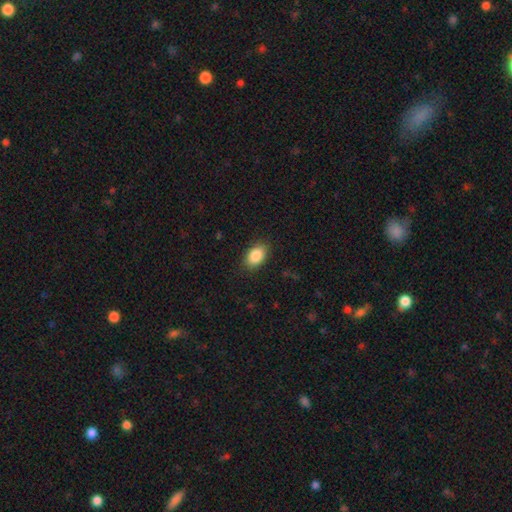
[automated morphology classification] smooth 87%, star or artifact 7%, featured or disk 6%. Down the decision tree: how rounded — in between (89%); merging — none (87%).